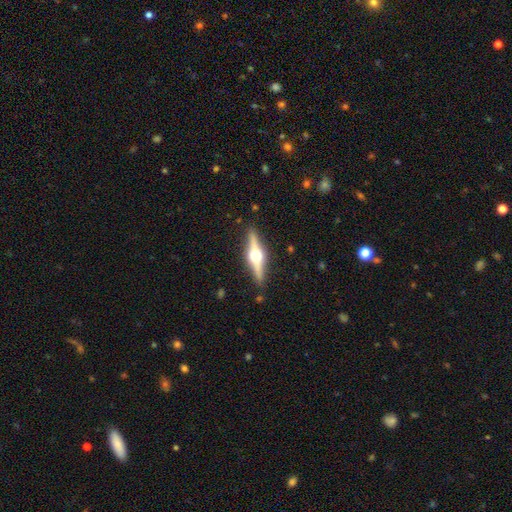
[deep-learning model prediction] Smooth or featured?
  - featured or disk: 79% *
  - smooth: 15%
  - star or artifact: 6%
Edge-on disk?
  - yes: 98% *
  - no: 2%
Edge-on bulge?
  - rounded: 96% *
  - boxy: 3%
  - none: 1%
Merging?
  - none: 90% *
  - minor disturbance: 8%
  - major disturbance: 2%
  - merger: 1%